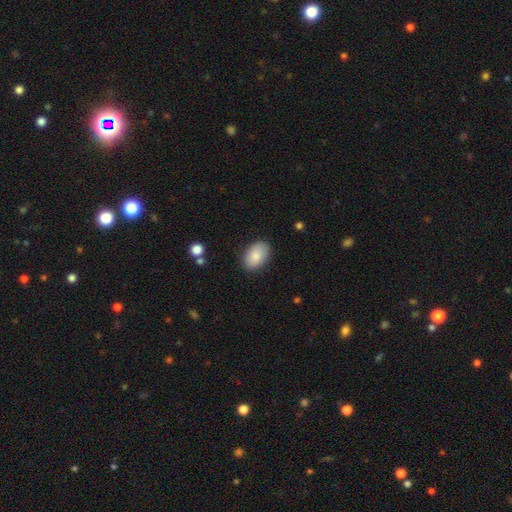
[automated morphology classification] This appears to be a smooth galaxy with no disk features (85%) that is in between round and cigar-shaped (90%). Merging: none (85%).